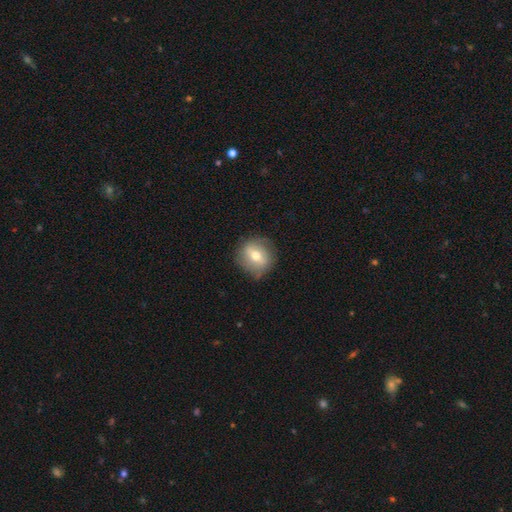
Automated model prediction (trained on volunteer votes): Smooth or featured? smooth (59%)
How rounded? round (84%)
Merging? none (79%)